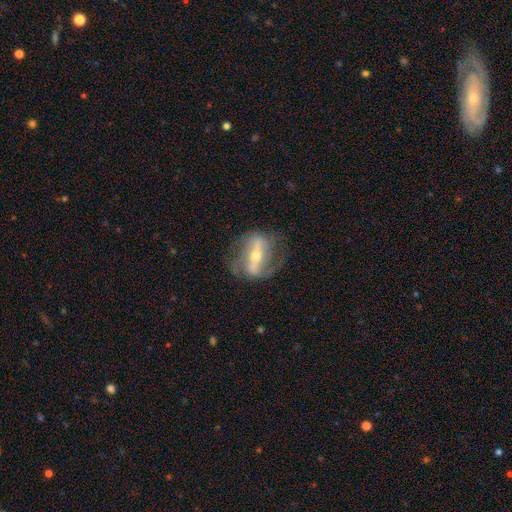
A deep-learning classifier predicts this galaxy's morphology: This is clearly a featured or disk galaxy (83%). It is clearly not viewed edge-on (87%). Bar: likely strong (73%). Spiral arm pattern: clearly yes (82%). Spiral arm count: likely 2 (80%). Spiral winding: marginally medium (43%). Central bulge: possibly moderate (50%). Merging: likely none (67%).